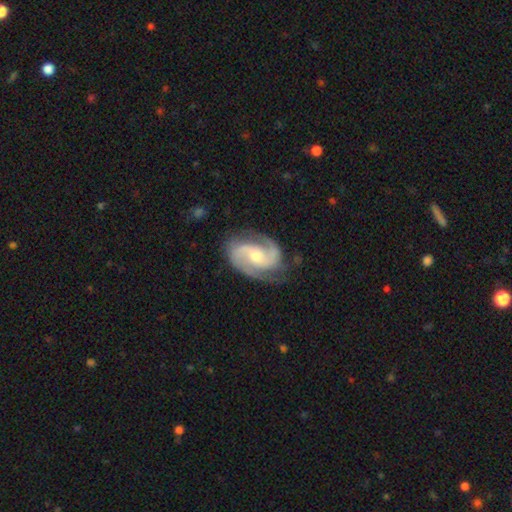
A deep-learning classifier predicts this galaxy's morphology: This appears to be a featured or disk galaxy (91%) with no bar (45%), 2 (86%) medium (56%) spiral arms (98%) and a moderate central bulge (60%). Merging: none (76%).